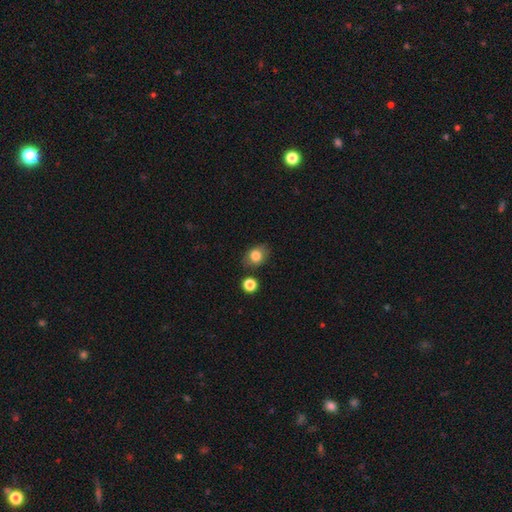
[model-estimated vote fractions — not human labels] Morphology: type=smooth (81%); roundness=in between (58%); merging=none (79%).